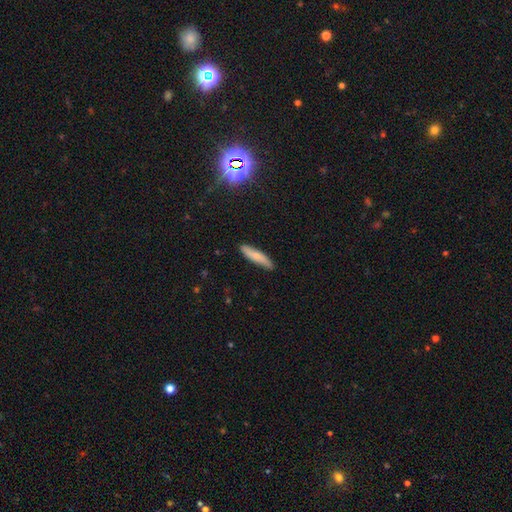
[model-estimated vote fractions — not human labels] Overall: smooth (74%). How rounded: cigar-shaped (83%). Merging: none (85%).